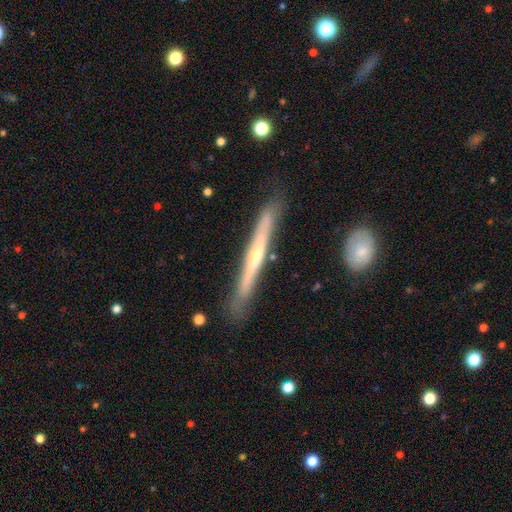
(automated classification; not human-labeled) Morphology: type=featured or disk (67%); edge-on=yes (94%); edge-on bulge=rounded (55%); merging=none (81%).